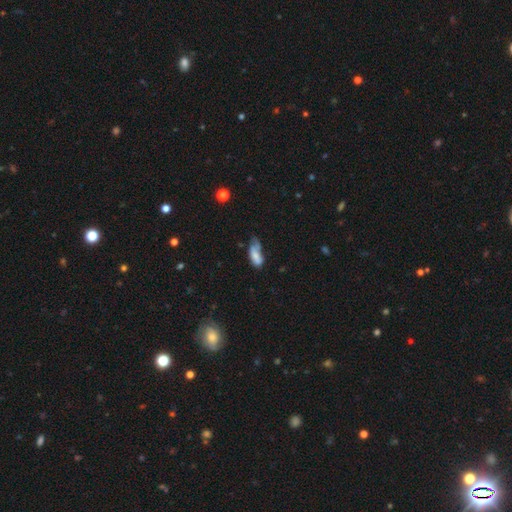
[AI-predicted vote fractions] Q: Smooth or featured?
A: smooth (68%); runner-up: featured or disk (23%)
Q: How rounded?
A: in between (78%); runner-up: cigar-shaped (19%)
Q: Merging?
A: minor disturbance (36%); runner-up: none (28%)